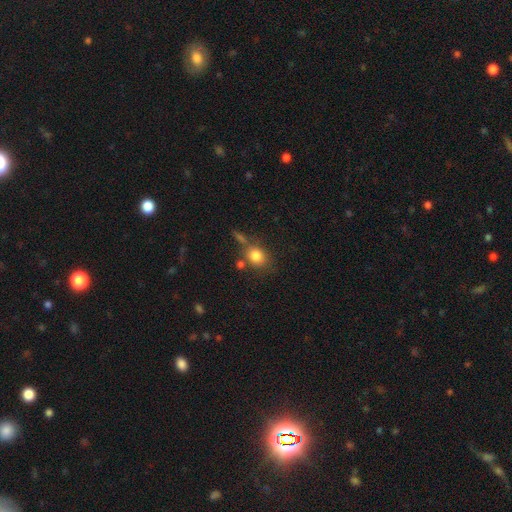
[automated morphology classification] Overall: smooth (81%). How rounded: round (61%; in between 38%). Merging: none (62%).